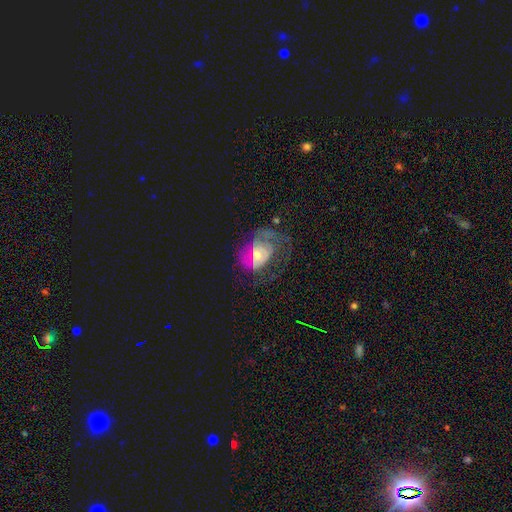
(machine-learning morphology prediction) Smooth or featured: featured or disk — 72% (smooth — 19%)
Edge-on disk: no — 97% (yes — 3%)
Bar: no — 58% (weak — 32%)
Spiral arms: yes — 73% (no — 27%)
Spiral winding: tight — 40% (medium — 37%)
Spiral arm count: can't tell — 33% (2 — 28%)
Bulge size: moderate — 61% (small — 29%)
Merging: major disturbance — 42% (none — 36%)